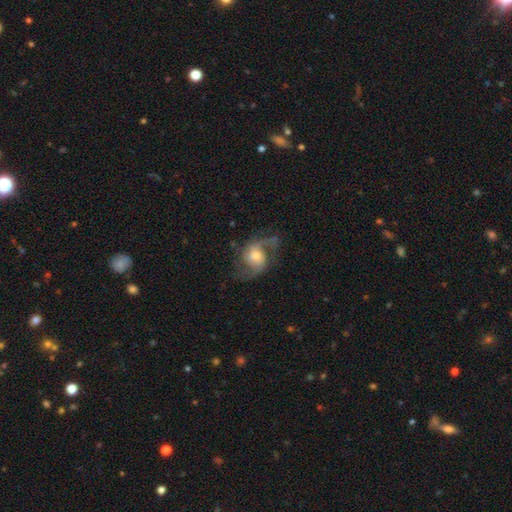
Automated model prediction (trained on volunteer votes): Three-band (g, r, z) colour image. It shows a featured or disk galaxy (81%) with no bar (55%), 2 (85%) loose (49%) spiral arms (95%) and a moderate central bulge (57%). Merging: none (64%).